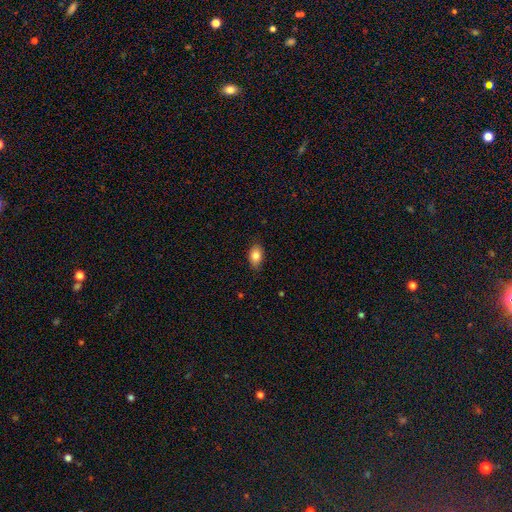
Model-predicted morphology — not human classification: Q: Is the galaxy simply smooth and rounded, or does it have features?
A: smooth — 84%.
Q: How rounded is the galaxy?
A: in between — 88%.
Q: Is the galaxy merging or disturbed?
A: none — 84%.